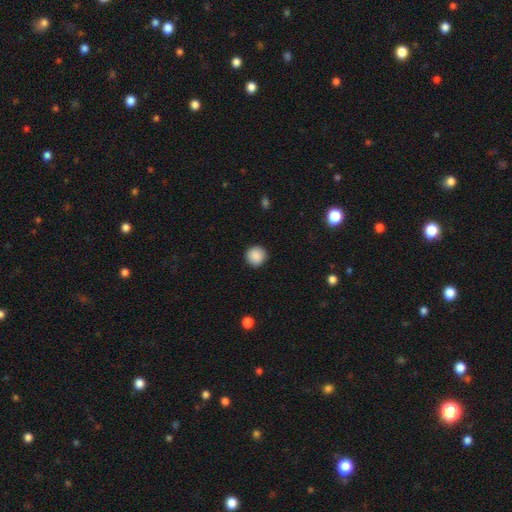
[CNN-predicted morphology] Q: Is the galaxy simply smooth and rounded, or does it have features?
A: smooth — 89%.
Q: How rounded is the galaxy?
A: round — 94%.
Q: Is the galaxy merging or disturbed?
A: none — 92%.